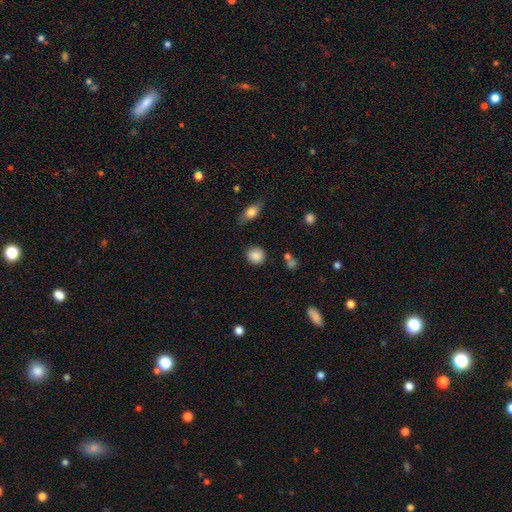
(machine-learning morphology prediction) The model was most divided on "how rounded": round: 77%, in between: 22%, cigar-shaped: 1%. More confident: smooth or featured — smooth (86%); merging — none (82%).